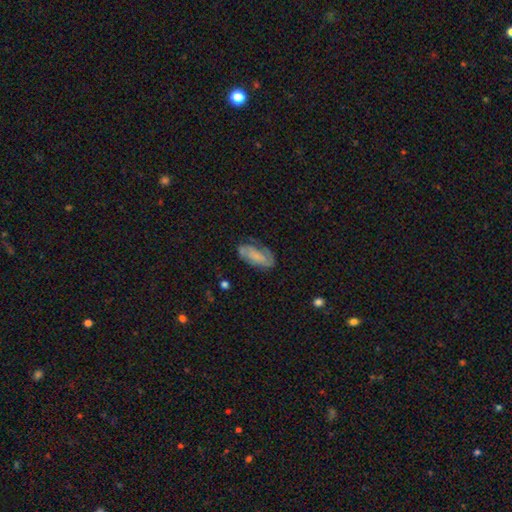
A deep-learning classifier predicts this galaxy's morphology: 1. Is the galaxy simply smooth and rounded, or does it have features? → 51% featured or disk, 40% smooth, 9% star or artifact.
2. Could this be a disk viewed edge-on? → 93% no, 7% yes.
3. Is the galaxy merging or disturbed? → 62% none, 24% minor disturbance, 11% major disturbance, 2% merger.